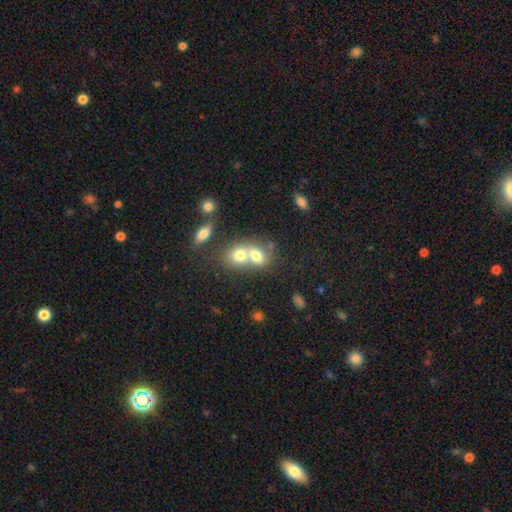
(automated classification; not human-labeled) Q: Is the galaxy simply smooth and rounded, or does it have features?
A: smooth — 71%.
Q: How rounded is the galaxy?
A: round — 50%.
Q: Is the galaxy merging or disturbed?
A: merger — 69%.